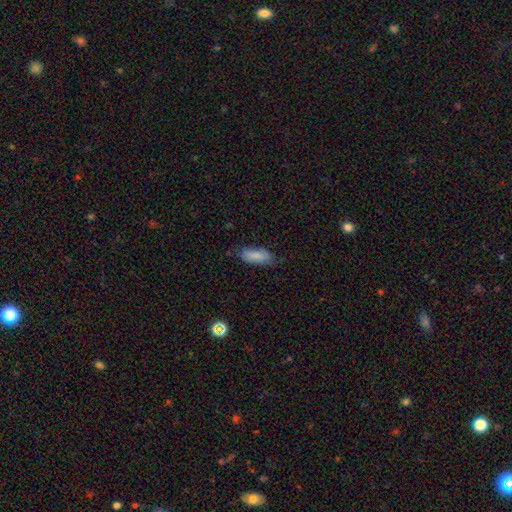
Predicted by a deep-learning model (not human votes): smooth-or-featured: smooth: 85% | featured or disk: 8% | star or artifact: 6%
  how-rounded: in between: 73% | cigar-shaped: 25% | round: 2%
  merging: none: 75% | minor disturbance: 20% | major disturbance: 4% | merger: 1%